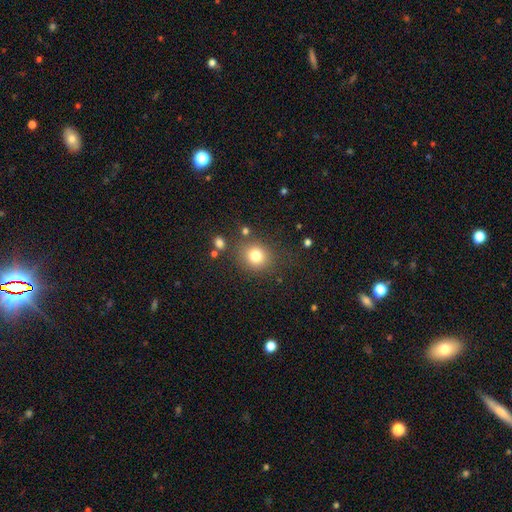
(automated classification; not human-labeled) smooth 79%, star or artifact 13%, featured or disk 8%. Down the decision tree: how rounded — round (80%); merging — none (79%).